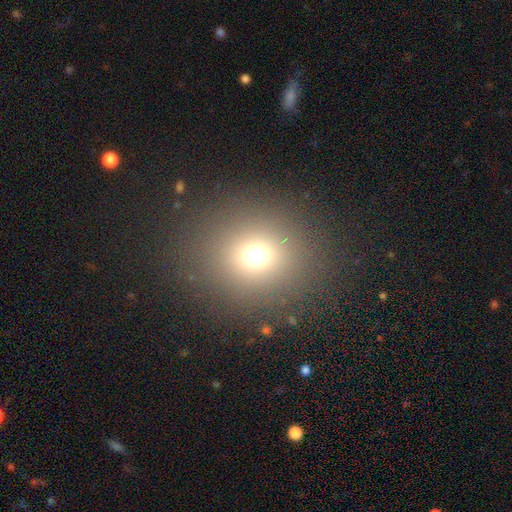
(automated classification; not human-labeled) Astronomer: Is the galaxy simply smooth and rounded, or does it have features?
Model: smooth — 68%.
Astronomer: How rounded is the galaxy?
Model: round — 82%.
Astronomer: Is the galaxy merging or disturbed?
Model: none — 86%.